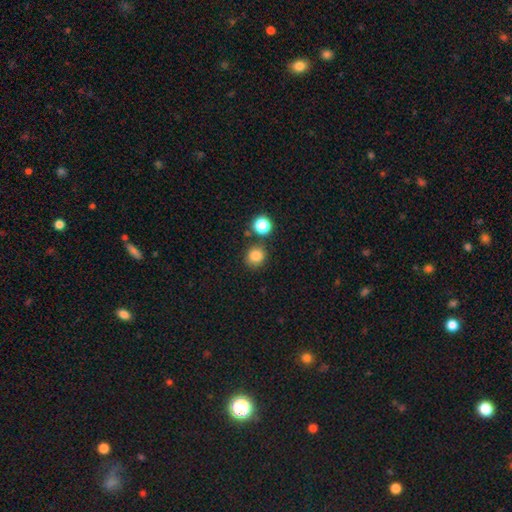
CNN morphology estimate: Smooth or featured? Predicted: smooth (p=0.83). How rounded? Predicted: round (p=0.84). Merging? Predicted: none (p=0.79).